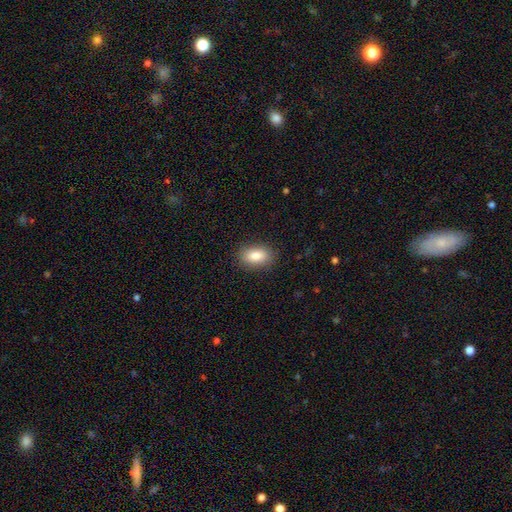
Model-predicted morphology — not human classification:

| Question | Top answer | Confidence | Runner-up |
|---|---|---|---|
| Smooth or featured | smooth | 86% | star or artifact (7%) |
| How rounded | in between | 90% | round (6%) |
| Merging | none | 87% | minor disturbance (9%) |